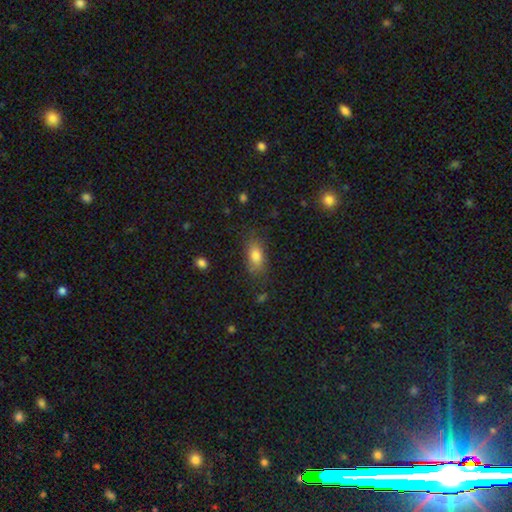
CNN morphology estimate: Q: Smooth or featured?
A: smooth (79%); runner-up: featured or disk (13%)
Q: How rounded?
A: in between (86%); runner-up: cigar-shaped (7%)
Q: Merging?
A: none (71%); runner-up: minor disturbance (20%)